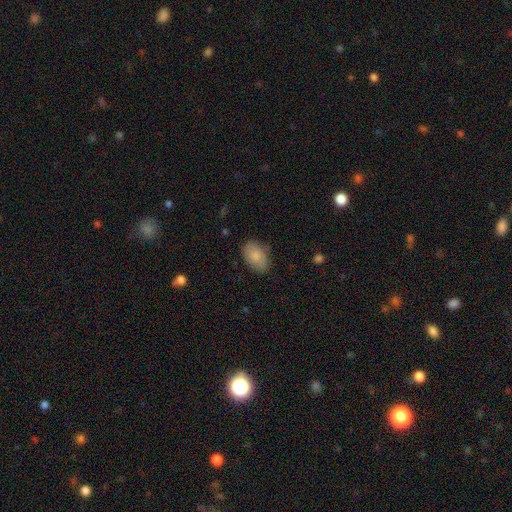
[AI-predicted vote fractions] The model was most divided on "merging": none: 78%, minor disturbance: 18%, major disturbance: 4%, merger: 1%. More confident: how rounded — in between (89%); smooth or featured — smooth (85%).